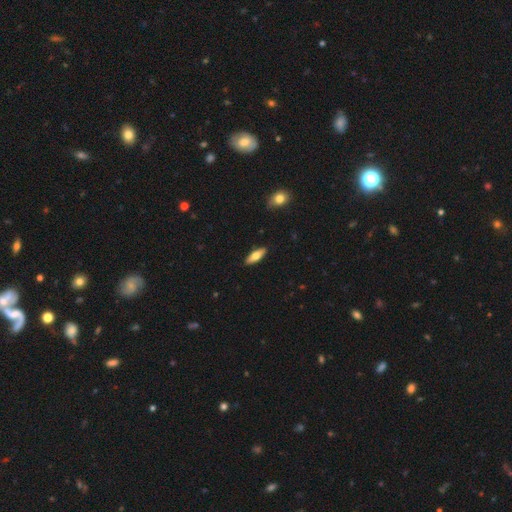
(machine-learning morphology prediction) Smooth or featured: smooth — 66% (featured or disk — 28%)
How rounded: in between — 57% (cigar-shaped — 40%)
Merging: none — 89% (minor disturbance — 8%)